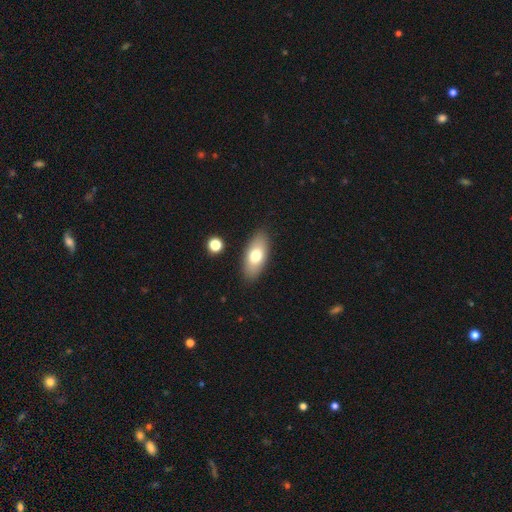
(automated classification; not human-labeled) Smooth or featured: smooth — 72% (featured or disk — 21%)
How rounded: in between — 88% (cigar-shaped — 9%)
Merging: none — 87% (minor disturbance — 9%)